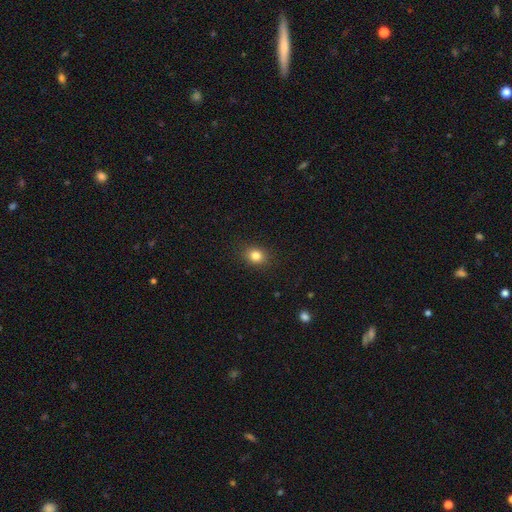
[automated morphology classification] Smooth or featured? Predicted: smooth (p=0.83). How rounded? Predicted: round (p=0.54). Merging? Predicted: none (p=0.88).